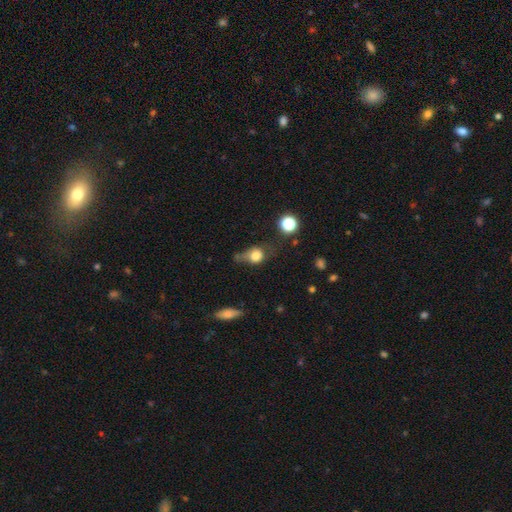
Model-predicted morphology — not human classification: smooth-or-featured: smooth: 74% | featured or disk: 14% | star or artifact: 11%
  how-rounded: round: 58% | in between: 40% | cigar-shaped: 3%
  merging: none: 35% | minor disturbance: 32% | major disturbance: 24% | merger: 10%